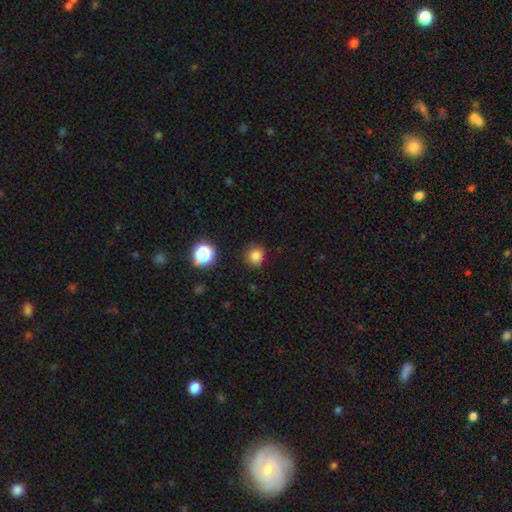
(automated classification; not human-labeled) This appears to be a smooth galaxy with no disk features (82%) that is round (91%). Merging: none (87%).